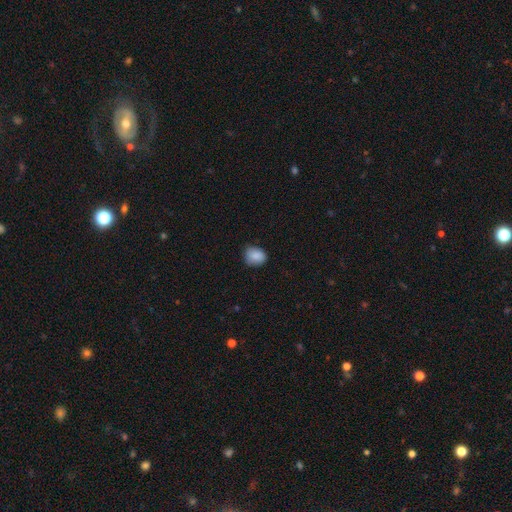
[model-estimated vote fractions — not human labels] Smooth or featured? Predicted: smooth (p=0.87). How rounded? Predicted: round (p=0.51). Merging? Predicted: none (p=0.73).